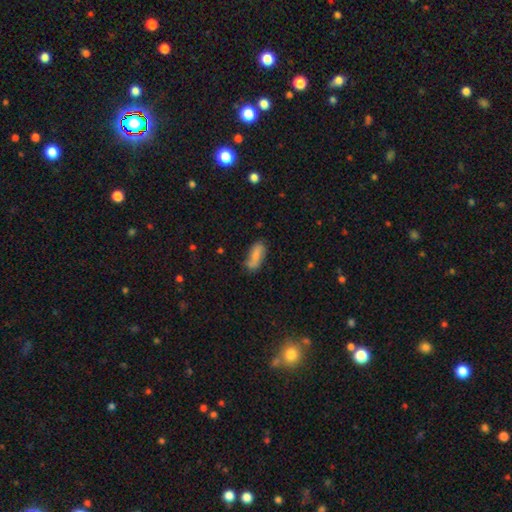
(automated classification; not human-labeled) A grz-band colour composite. It shows a smooth galaxy with no disk features (74%) that is in between round and cigar-shaped (78%). Merging: none (62%).